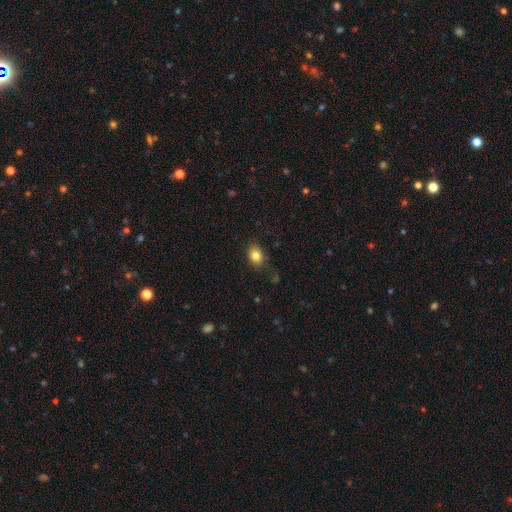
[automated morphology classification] smooth_or_featured: smooth (p=0.83) [alt: star or artifact p=0.10]
how_rounded: in between (p=0.70) [alt: round p=0.29]
merging: none (p=0.78) [alt: minor disturbance p=0.17]